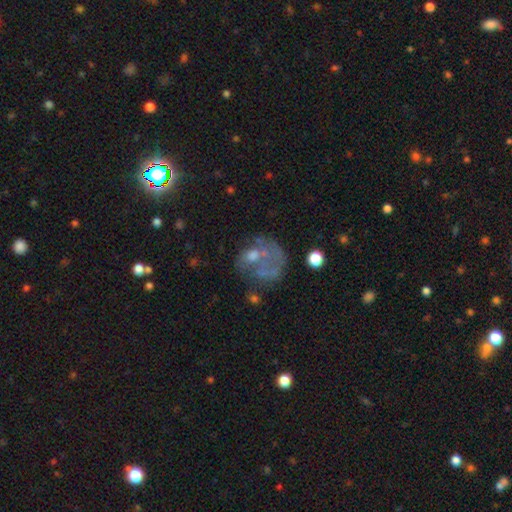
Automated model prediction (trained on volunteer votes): This is possibly a featured or disk galaxy (50%). Merging: marginally major disturbance (38%).